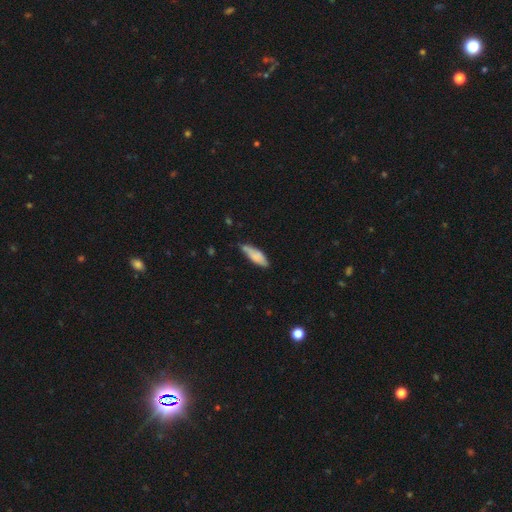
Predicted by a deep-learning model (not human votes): Smooth or featured?
  - smooth: 78% *
  - featured or disk: 15%
  - star or artifact: 6%
How rounded?
  - in between: 55% *
  - cigar-shaped: 43%
  - round: 2%
Merging?
  - none: 59% *
  - minor disturbance: 32%
  - major disturbance: 5%
  - merger: 4%